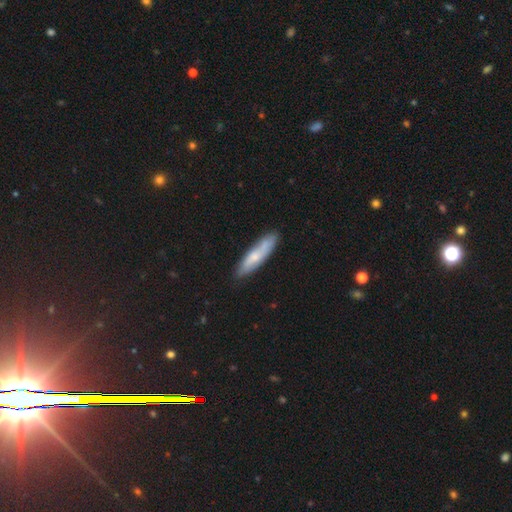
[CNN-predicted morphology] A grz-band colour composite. It shows a smooth galaxy with no disk features (59%) that is cigar-shaped (77%). Merging: none (80%).